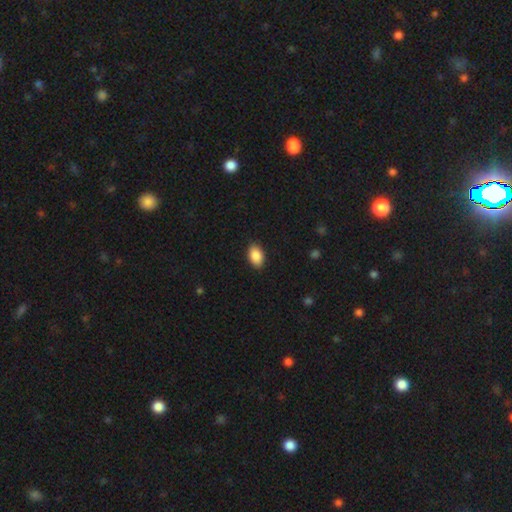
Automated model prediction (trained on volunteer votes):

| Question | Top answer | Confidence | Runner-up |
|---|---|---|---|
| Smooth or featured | smooth | 89% | star or artifact (7%) |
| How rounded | in between | 90% | round (8%) |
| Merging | none | 88% | minor disturbance (9%) |